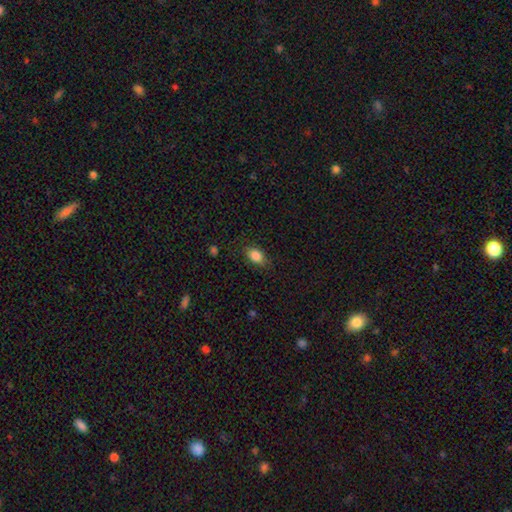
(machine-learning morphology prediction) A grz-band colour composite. It shows a smooth galaxy with no disk features (86%) that is in between round and cigar-shaped (81%). Merging: none (80%).